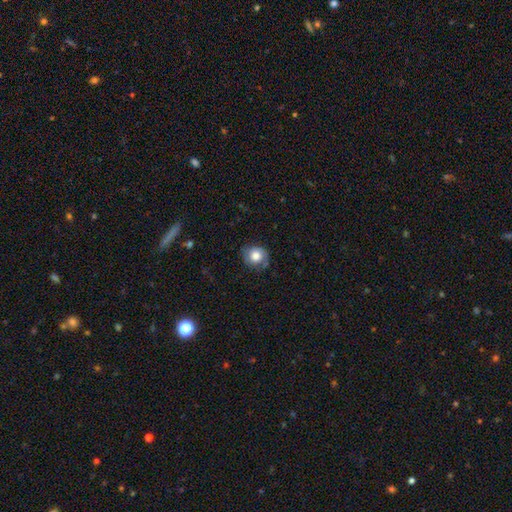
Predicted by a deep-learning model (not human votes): smooth 69%, featured or disk 22%, star or artifact 8%. Down the decision tree: how rounded — round (78%); merging — none (68%).